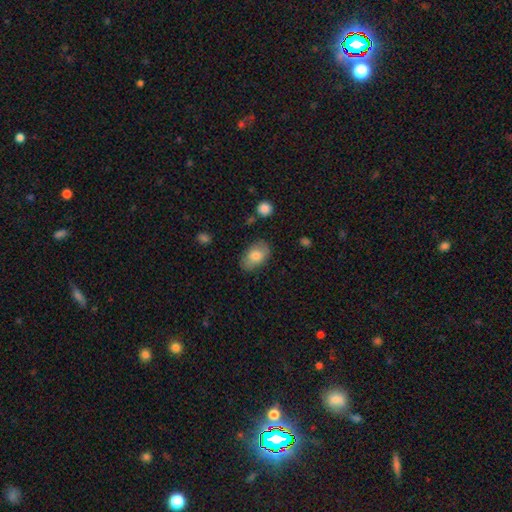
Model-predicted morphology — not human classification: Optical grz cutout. It shows a smooth galaxy with no disk features (78%) that is in between round and cigar-shaped (90%). Merging: none (77%).